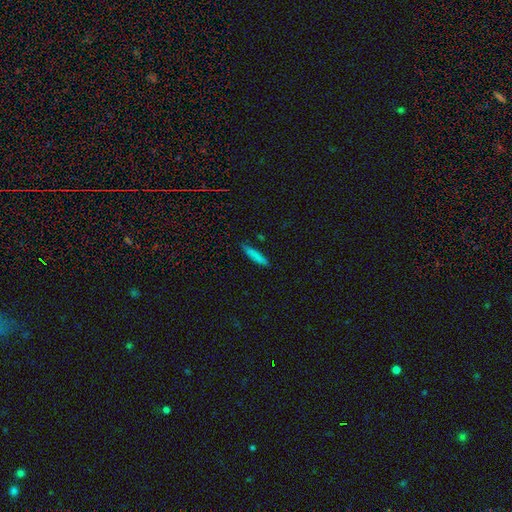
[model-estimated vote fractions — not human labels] Morphology: type=smooth (82%); roundness=cigar-shaped (86%); merging=none (86%).